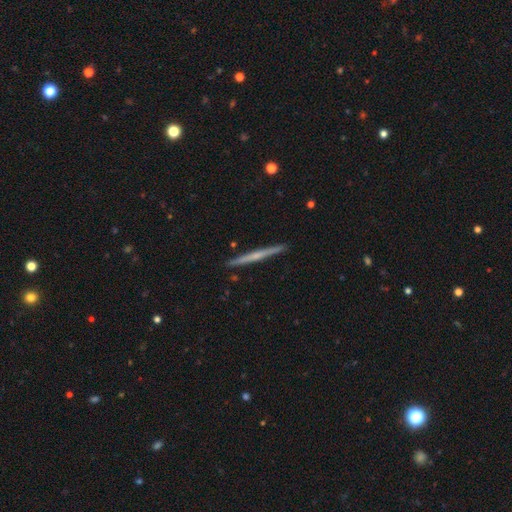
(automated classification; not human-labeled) The model was most divided on "edge-on bulge": none: 52%, rounded: 41%, boxy: 6%. More confident: edge-on disk — yes (98%); merging — none (92%); smooth or featured — featured or disk (65%).